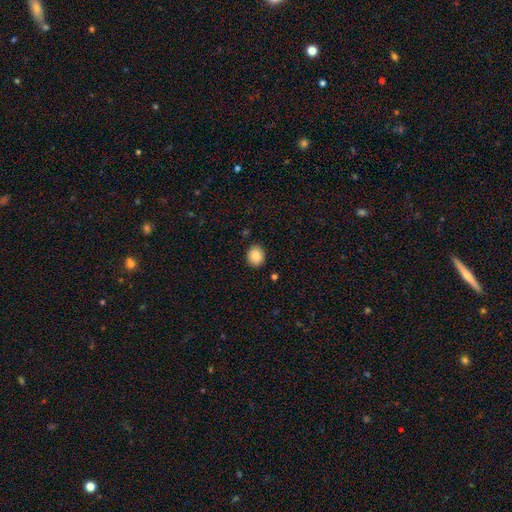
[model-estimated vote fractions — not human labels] The model was most divided on "how rounded": round: 68%, in between: 31%, cigar-shaped: 1%. More confident: smooth or featured — smooth (88%); merging — none (88%).